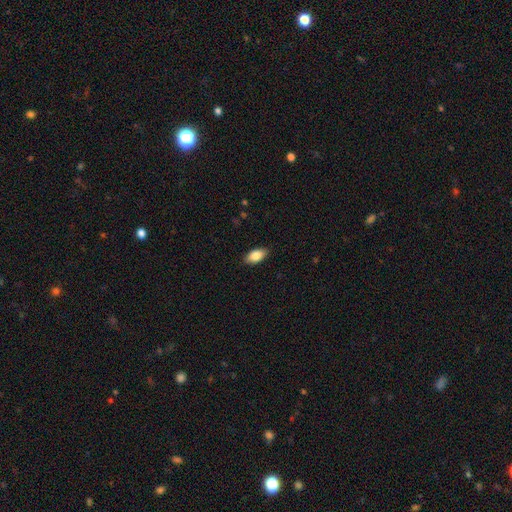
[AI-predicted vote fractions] The model was most divided on "smooth or featured": smooth: 84%, featured or disk: 9%, star or artifact: 7%. More confident: how rounded — in between (91%); merging — none (88%).